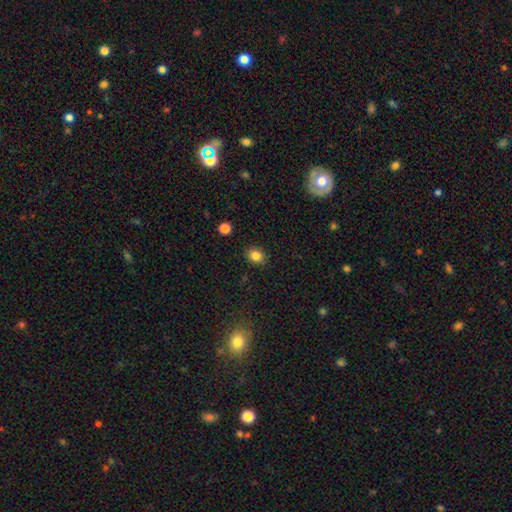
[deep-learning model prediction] Smooth or featured? smooth (83%)
How rounded? round (56%)
Merging? none (88%)